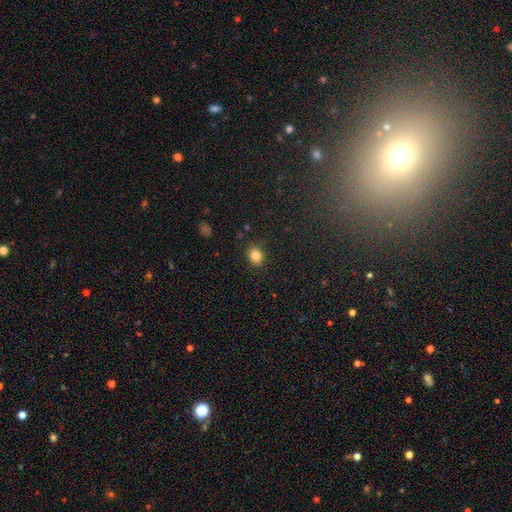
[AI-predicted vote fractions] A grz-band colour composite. It shows a smooth galaxy with no disk features (83%) that is in between round and cigar-shaped (50%). Merging: none (87%).